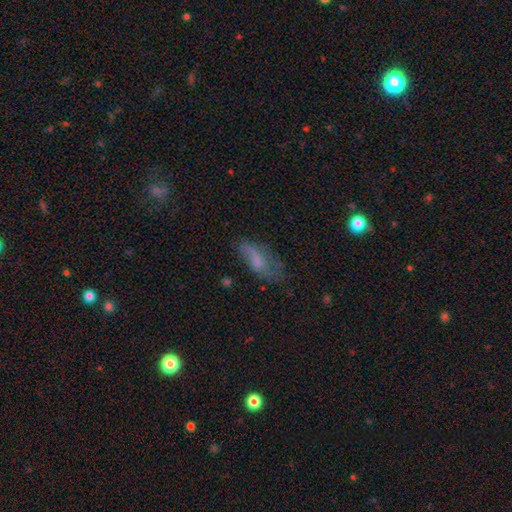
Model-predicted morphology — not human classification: The model was most divided on "smooth or featured": featured or disk: 43%, smooth: 40%, star or artifact: 17%. More confident: merging — none (65%).